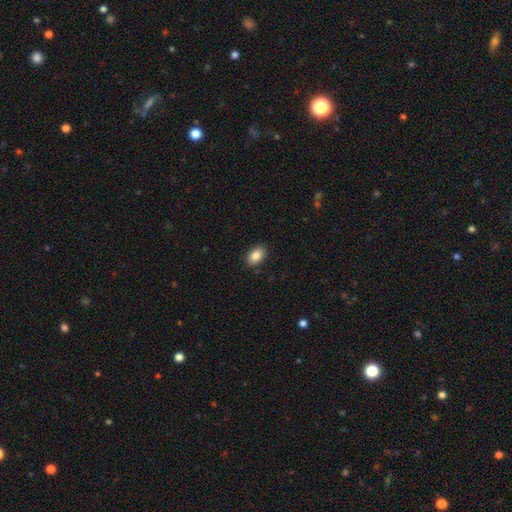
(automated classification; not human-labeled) The model was most divided on "how rounded": in between: 88%, round: 11%, cigar-shaped: 1%. More confident: merging — none (89%); smooth or featured — smooth (86%).